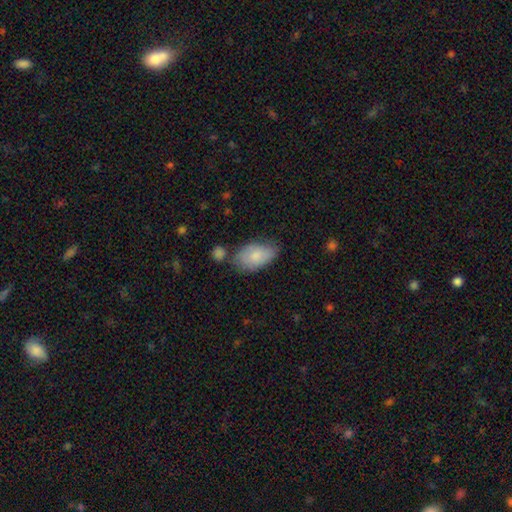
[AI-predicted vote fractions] The model was most divided on "merging": none: 56%, minor disturbance: 28%, merger: 9%, major disturbance: 7%. More confident: how rounded — in between (93%); smooth or featured — smooth (81%).